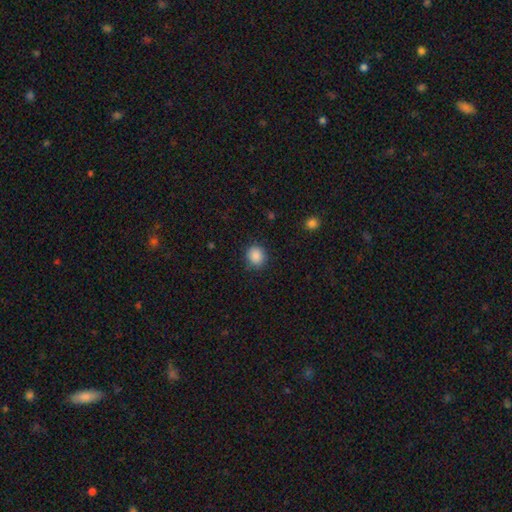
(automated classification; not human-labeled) The model was most divided on "how rounded": round: 82%, in between: 17%, cigar-shaped: 1%. More confident: smooth or featured — smooth (88%); merging — none (88%).